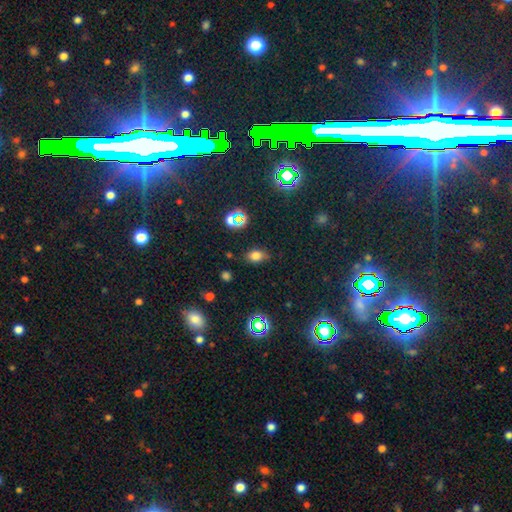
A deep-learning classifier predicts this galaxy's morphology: A smooth galaxy with no disk features (72%) that is in between round and cigar-shaped (78%). Merging: none (78%).